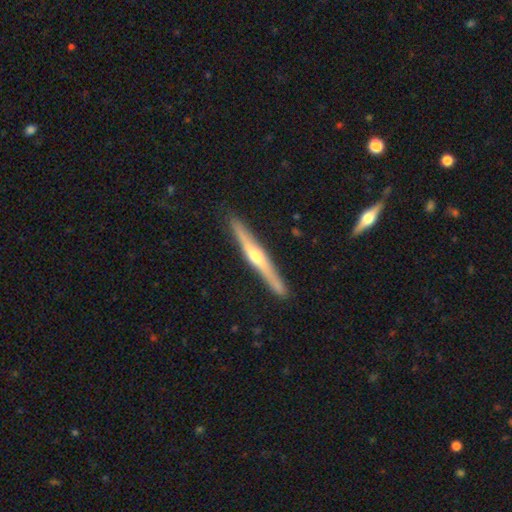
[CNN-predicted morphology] Q: Smooth or featured?
A: featured or disk (74%); runner-up: smooth (21%)
Q: Edge-on disk?
A: yes (98%); runner-up: no (2%)
Q: Edge-on bulge?
A: rounded (86%); runner-up: none (9%)
Q: Merging?
A: none (90%); runner-up: minor disturbance (7%)